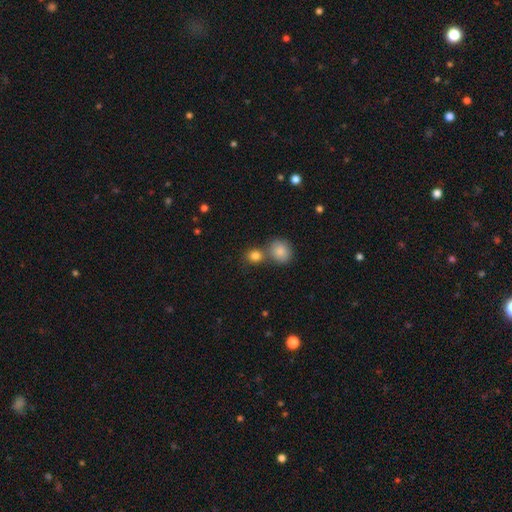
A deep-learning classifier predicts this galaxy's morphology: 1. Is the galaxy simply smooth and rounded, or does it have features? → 83% smooth, 11% star or artifact, 6% featured or disk.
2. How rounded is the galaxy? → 79% round, 20% in between, 1% cigar-shaped.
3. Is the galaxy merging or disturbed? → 52% none, 37% merger, 8% minor disturbance, 3% major disturbance.